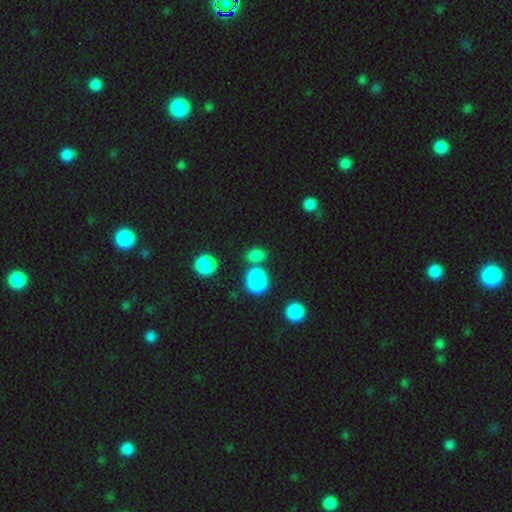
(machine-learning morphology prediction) smooth-or-featured: smooth: 78% | star or artifact: 14% | featured or disk: 8%
  how-rounded: in between: 61% | round: 36% | cigar-shaped: 2%
  merging: none: 50% | merger: 31% | minor disturbance: 13% | major disturbance: 6%